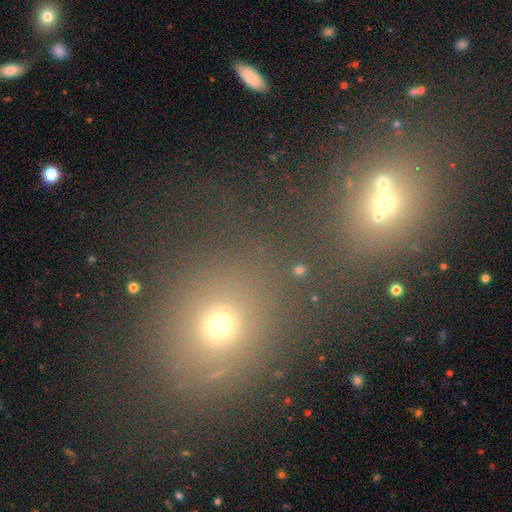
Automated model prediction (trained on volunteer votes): This is possibly a smooth galaxy (57%). How rounded: likely round (66%). Merging: likely none (61%).